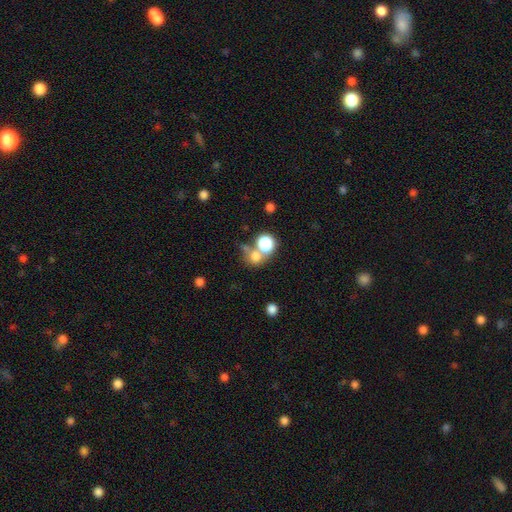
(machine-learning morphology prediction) Smooth or featured? Predicted: smooth (p=0.73). How rounded? Predicted: round (p=0.78). Merging? Predicted: merger (p=0.45).